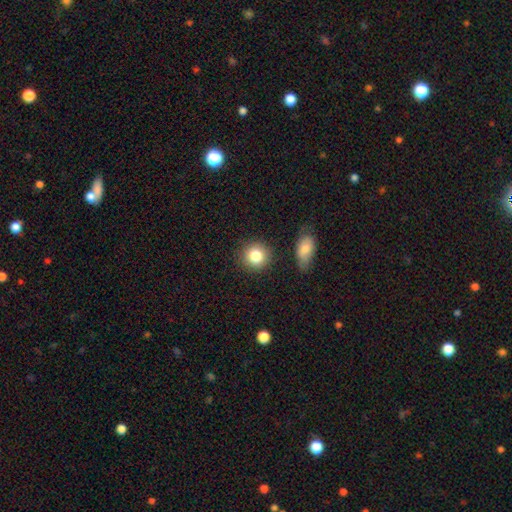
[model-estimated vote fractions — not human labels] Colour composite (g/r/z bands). It shows a smooth galaxy with no disk features (83%) that is round (88%). Merging: none (84%).